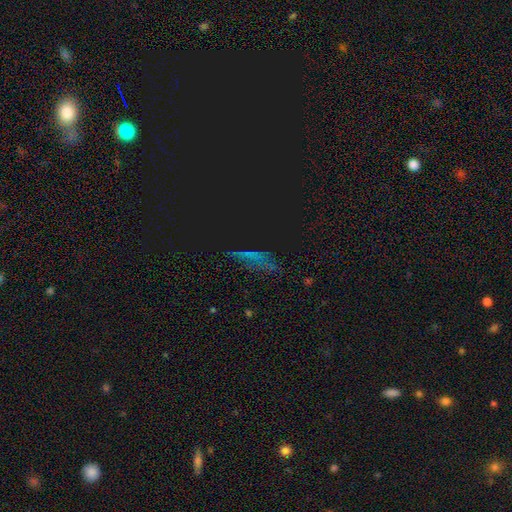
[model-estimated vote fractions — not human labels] Smooth or featured?
  - star or artifact: 67% *
  - smooth: 22%
  - featured or disk: 12%